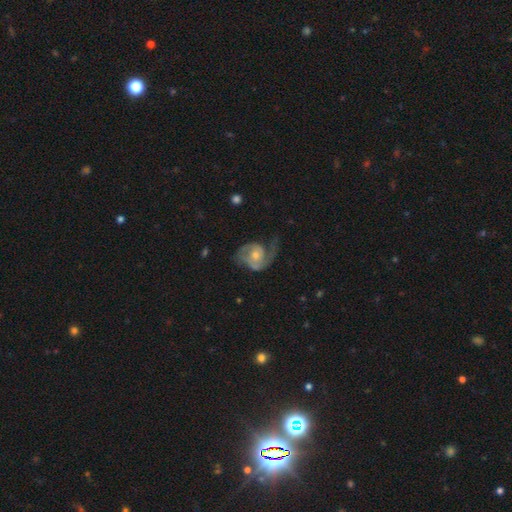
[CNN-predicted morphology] smooth_or_featured: featured or disk (p=0.84) [alt: smooth p=0.12]
disk_edge_on: no (p=0.98) [alt: yes p=0.02]
bar: no (p=0.70) [alt: weak p=0.25]
has_spiral_arms: yes (p=0.95) [alt: no p=0.05]
spiral_winding: medium (p=0.46) [alt: tight p=0.29]
spiral_arm_count: 2 (p=0.74) [alt: 1 p=0.14]
bulge_size: moderate (p=0.49) [alt: small p=0.45]
merging: none (p=0.50) [alt: major disturbance p=0.25]